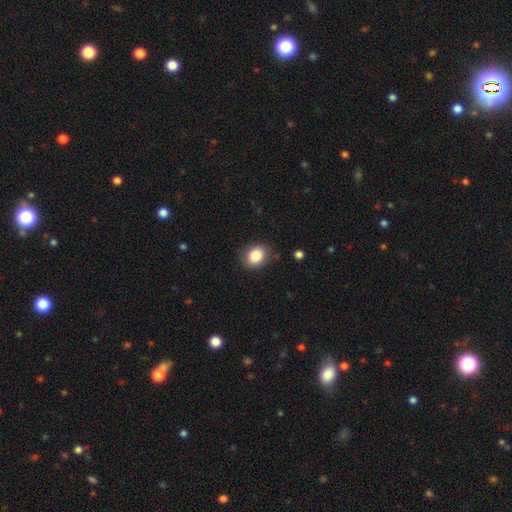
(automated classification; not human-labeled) smooth-or-featured: smooth: 85% | star or artifact: 9% | featured or disk: 6%
  how-rounded: round: 59% | in between: 41% | cigar-shaped: 1%
  merging: none: 84% | minor disturbance: 12% | major disturbance: 3% | merger: 1%